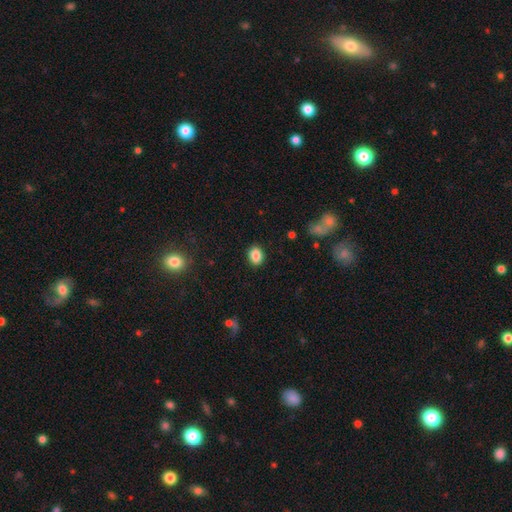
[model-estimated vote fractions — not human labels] The model was most divided on "how rounded": in between: 56%, round: 43%, cigar-shaped: 1%. More confident: merging — none (89%); smooth or featured — smooth (86%).